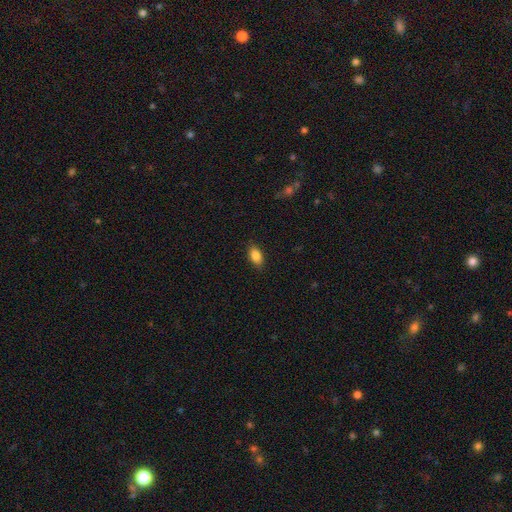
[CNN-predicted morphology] smooth 85%, star or artifact 8%, featured or disk 7%. Down the decision tree: how rounded — in between (89%); merging — none (86%).